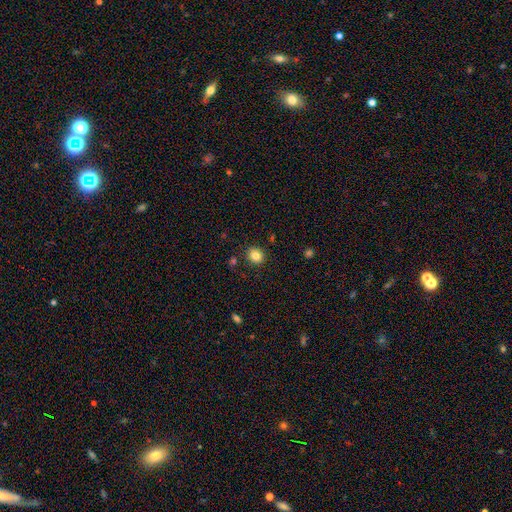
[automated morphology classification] The model was most divided on "how rounded": round: 77%, in between: 22%, cigar-shaped: 1%. More confident: merging — none (86%); smooth or featured — smooth (83%).